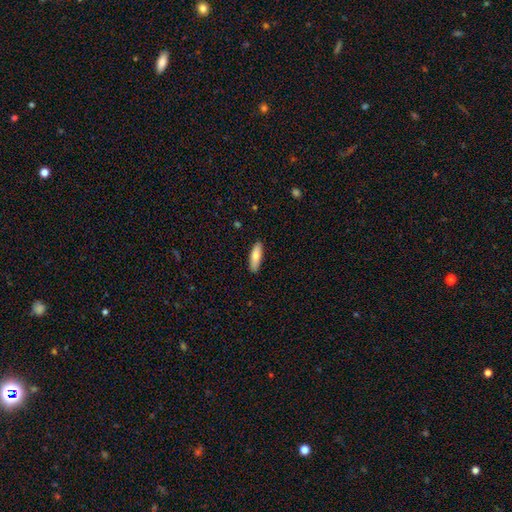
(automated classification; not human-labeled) Q: Smooth or featured?
A: smooth (79%); runner-up: featured or disk (15%)
Q: How rounded?
A: cigar-shaped (51%); runner-up: in between (47%)
Q: Merging?
A: none (89%); runner-up: minor disturbance (9%)